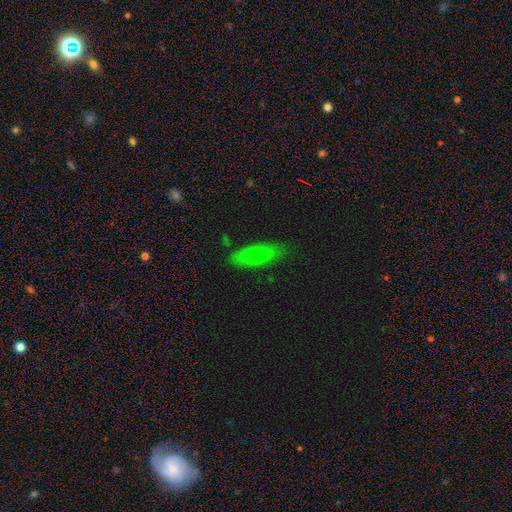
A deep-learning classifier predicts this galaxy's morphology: A smooth galaxy with no disk features (62%) that is in between round and cigar-shaped (57%). Merging: none (84%).